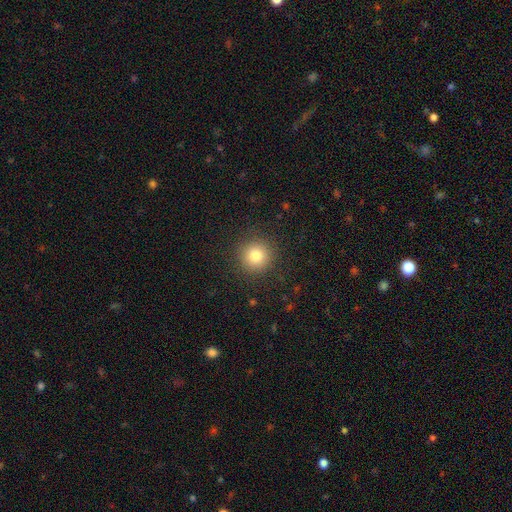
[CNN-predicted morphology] smooth 81%, star or artifact 12%, featured or disk 8%. Down the decision tree: how rounded — round (95%); merging — none (90%).